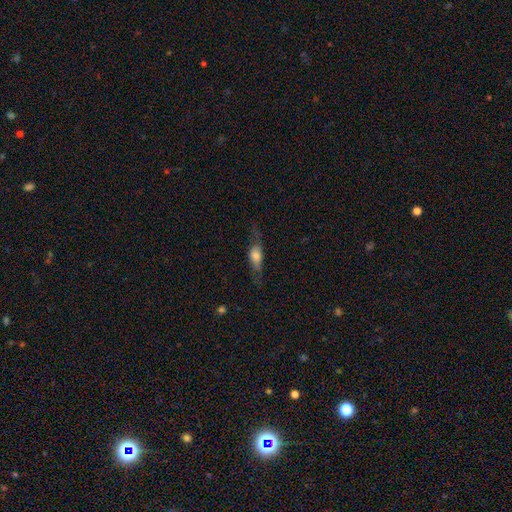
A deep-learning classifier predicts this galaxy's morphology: This appears to be a smooth galaxy with no disk features (52%) that is in between round and cigar-shaped (58%). Merging: none (59%).